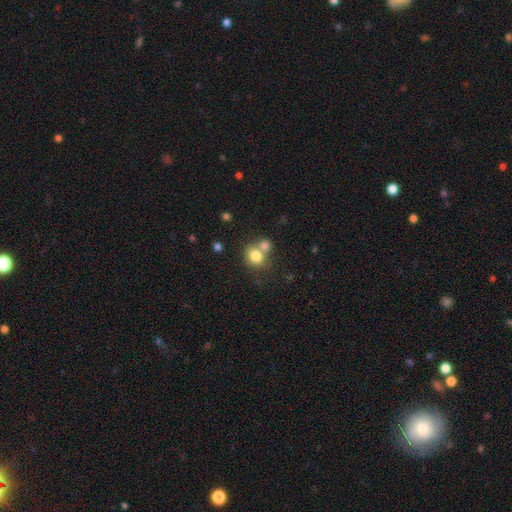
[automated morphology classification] type=smooth (80%); roundness=round (67%); merging=none (45%).